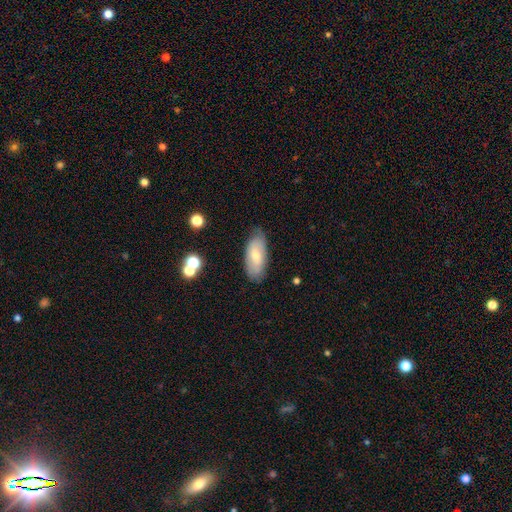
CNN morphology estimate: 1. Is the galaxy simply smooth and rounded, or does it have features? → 61% smooth, 32% featured or disk, 7% star or artifact.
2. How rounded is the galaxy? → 88% in between, 10% cigar-shaped, 2% round.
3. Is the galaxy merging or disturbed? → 77% none, 18% minor disturbance, 4% major disturbance, 2% merger.